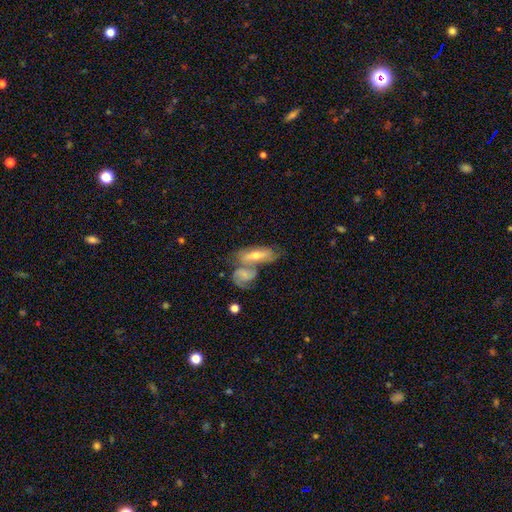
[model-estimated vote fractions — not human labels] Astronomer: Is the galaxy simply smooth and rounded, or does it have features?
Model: featured or disk — 56% (runner-up: smooth, 37%).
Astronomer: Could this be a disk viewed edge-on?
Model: no — 72%.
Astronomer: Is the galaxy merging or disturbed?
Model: merger — 52% (runner-up: none, 31%).